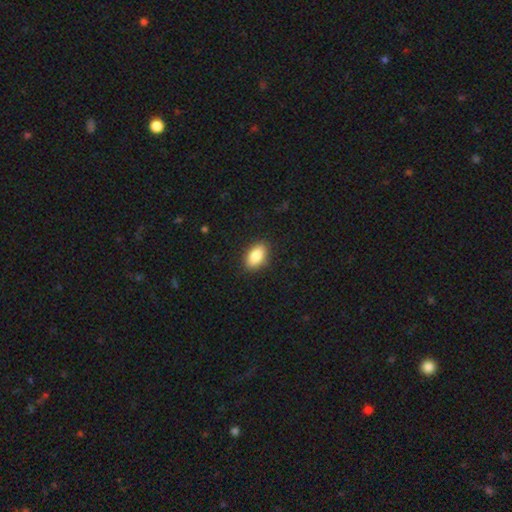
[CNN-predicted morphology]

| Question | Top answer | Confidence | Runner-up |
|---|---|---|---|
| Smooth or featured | smooth | 86% | star or artifact (7%) |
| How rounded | in between | 91% | round (6%) |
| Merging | none | 88% | minor disturbance (9%) |